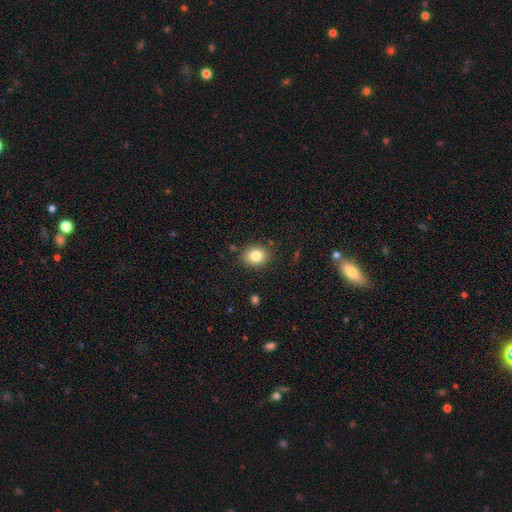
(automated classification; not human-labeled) This is clearly a smooth galaxy (83%). How rounded: possibly round (52%). Merging: clearly none (86%).